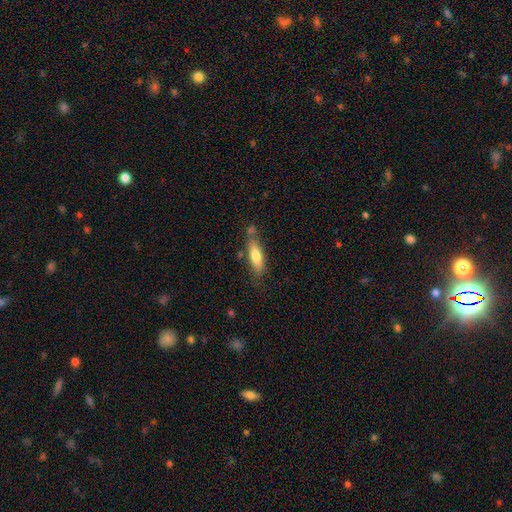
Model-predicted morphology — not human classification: Smooth or featured?
  - smooth: 69% *
  - featured or disk: 25%
  - star or artifact: 6%
How rounded?
  - cigar-shaped: 57% *
  - in between: 41%
  - round: 2%
Merging?
  - none: 61% *
  - minor disturbance: 22%
  - merger: 10%
  - major disturbance: 6%